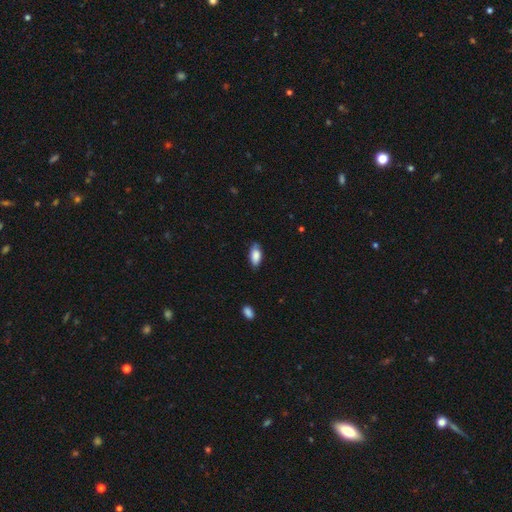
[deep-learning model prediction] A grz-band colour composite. It shows a smooth galaxy with no disk features (85%) that is in between round and cigar-shaped (91%). Merging: none (74%).